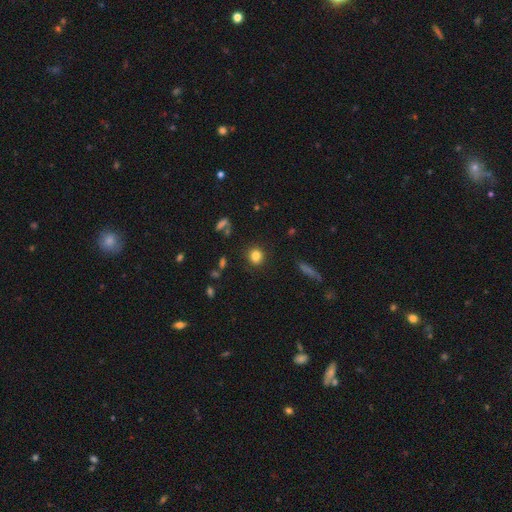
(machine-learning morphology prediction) Overall: smooth (82%). How rounded: round (86%). Merging: none (89%).